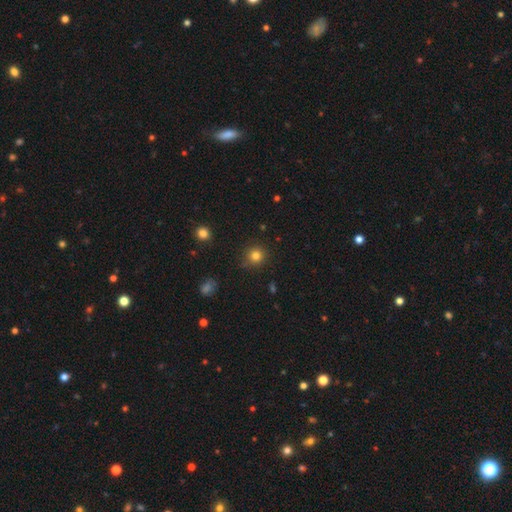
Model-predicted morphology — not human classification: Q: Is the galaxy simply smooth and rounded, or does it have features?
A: smooth — 81%.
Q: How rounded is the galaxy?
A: round — 92%.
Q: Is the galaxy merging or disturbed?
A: none — 86%.